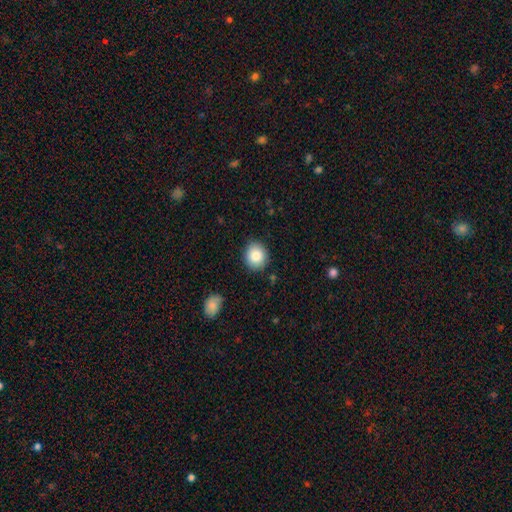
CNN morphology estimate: smooth-or-featured: smooth: 84% | star or artifact: 8% | featured or disk: 7%
  how-rounded: round: 76% | in between: 23% | cigar-shaped: 1%
  merging: none: 87% | minor disturbance: 9% | major disturbance: 2% | merger: 1%